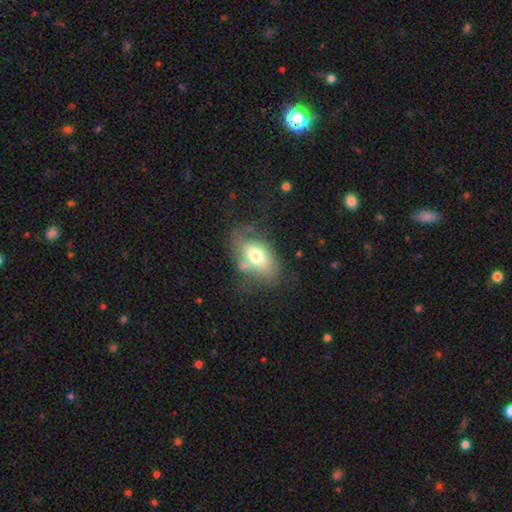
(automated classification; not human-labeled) smooth_or_featured: smooth (p=0.61) [alt: featured or disk p=0.30]
how_rounded: in between (p=0.87) [alt: round p=0.12]
merging: none (p=0.47) [alt: minor disturbance p=0.27]